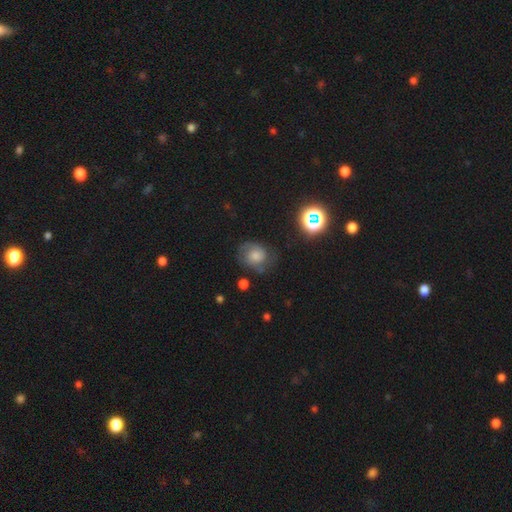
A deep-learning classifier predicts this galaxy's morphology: Smooth or featured: featured or disk — 46% (smooth — 42%)
Merging: none — 62% (minor disturbance — 23%)